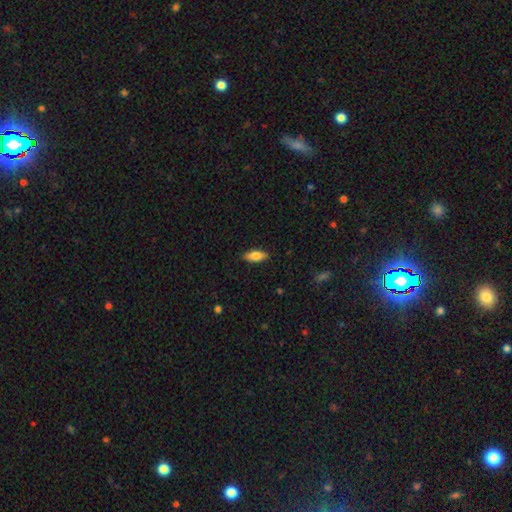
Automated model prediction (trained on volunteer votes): smooth-or-featured: smooth: 79% | featured or disk: 15% | star or artifact: 6%
  how-rounded: in between: 74% | cigar-shaped: 23% | round: 2%
  merging: none: 88% | minor disturbance: 9% | major disturbance: 2% | merger: 1%